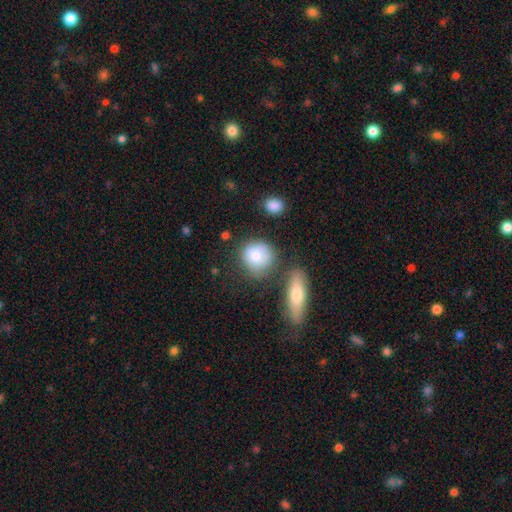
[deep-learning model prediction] This appears to be a smooth galaxy with no disk features (77%) that is round (83%). Merging: none (61%).